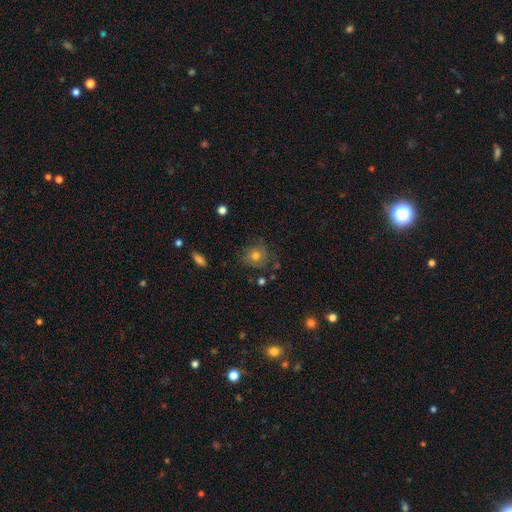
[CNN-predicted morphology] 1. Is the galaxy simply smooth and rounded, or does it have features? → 61% smooth, 26% featured or disk, 12% star or artifact.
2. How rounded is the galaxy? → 83% round, 16% in between, 1% cigar-shaped.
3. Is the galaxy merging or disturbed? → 69% none, 20% minor disturbance, 8% major disturbance, 3% merger.